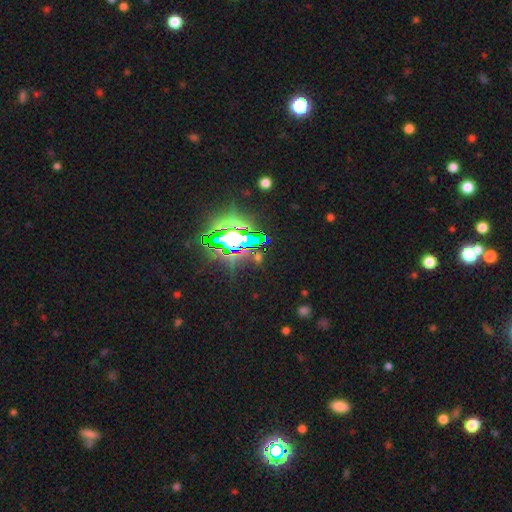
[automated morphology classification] Smooth or featured: star or artifact — 78% (smooth — 12%)